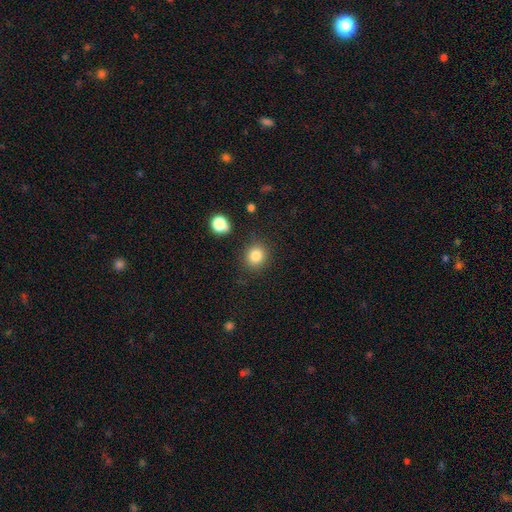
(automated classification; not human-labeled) A smooth galaxy with no disk features (83%) that is round (82%).

Vote fractions:
- Smooth or featured? smooth: 83% / star or artifact: 11% / featured or disk: 6%
- How rounded? round: 82% / in between: 17% / cigar-shaped: 1%
- Merging? none: 85% / minor disturbance: 9% / major disturbance: 3% / merger: 3%